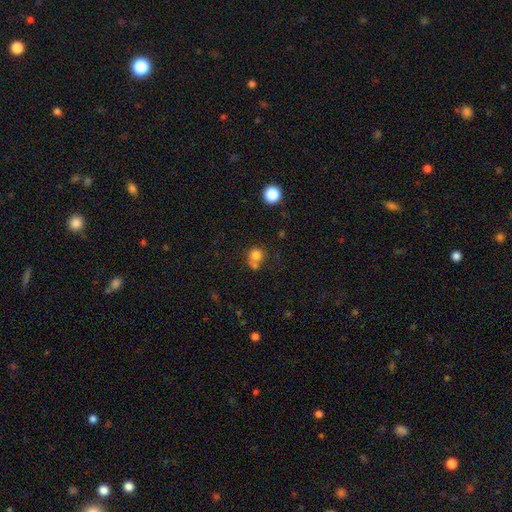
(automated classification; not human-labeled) Smooth or featured? smooth (77%)
How rounded? round (83%)
Merging? none (44%)